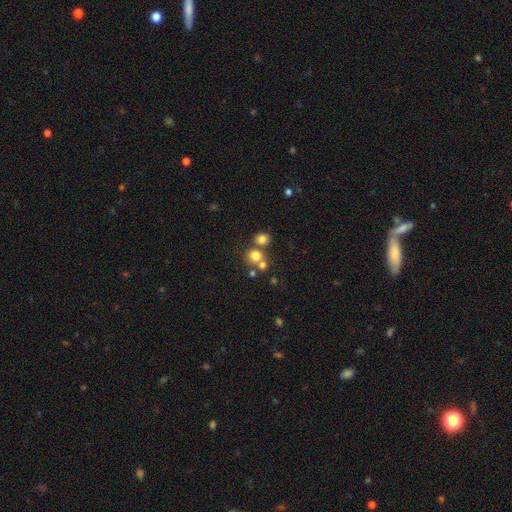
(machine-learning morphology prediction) smooth 75%, star or artifact 15%, featured or disk 10%. Down the decision tree: how rounded — round (83%); merging — none (55%).